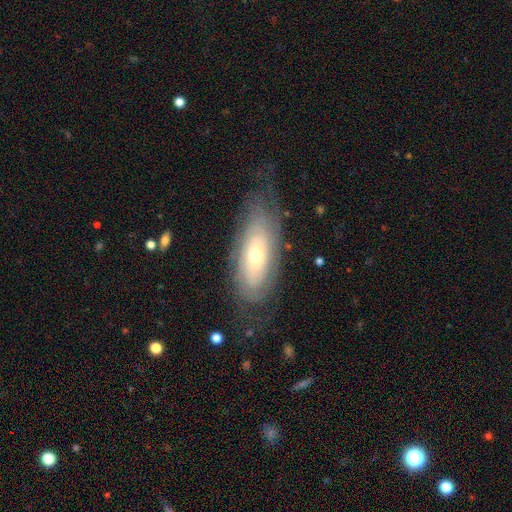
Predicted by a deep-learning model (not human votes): featured or disk 59%, smooth 33%, star or artifact 7%. Down the decision tree: edge-on disk — no (83%); merging — none (66%).